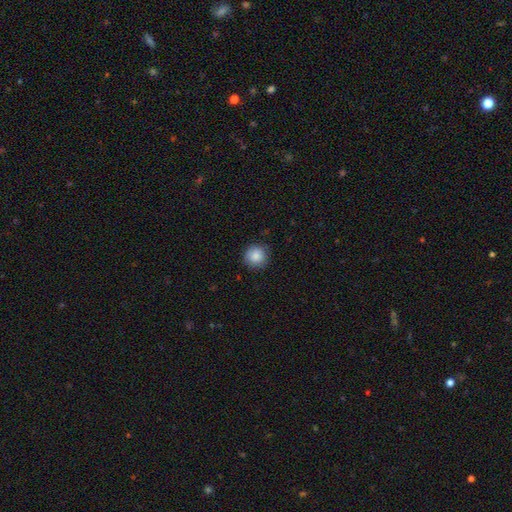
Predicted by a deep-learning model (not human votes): Overall: smooth (87%). How rounded: round (94%). Merging: none (86%).